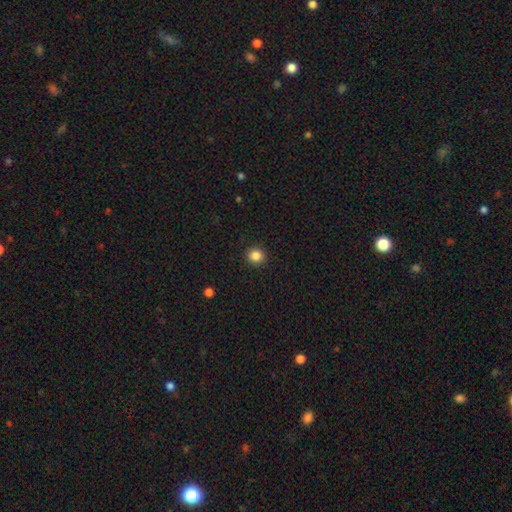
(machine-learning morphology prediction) Smooth or featured: smooth — 85% (star or artifact — 11%)
How rounded: round — 89% (in between — 10%)
Merging: none — 92% (minor disturbance — 5%)